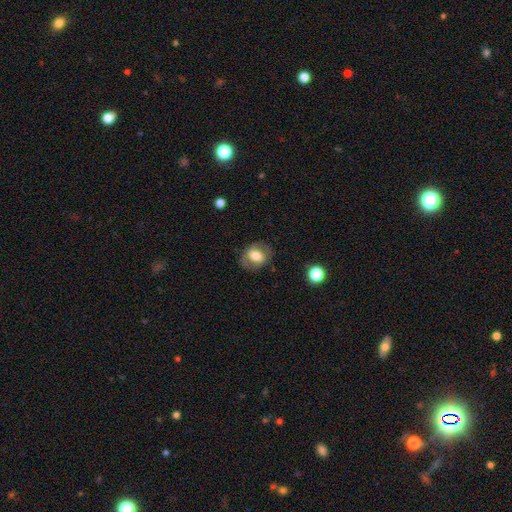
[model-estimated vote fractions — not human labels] Smooth or featured: smooth — 65% (featured or disk — 27%)
How rounded: in between — 53% (round — 46%)
Merging: none — 78% (minor disturbance — 14%)